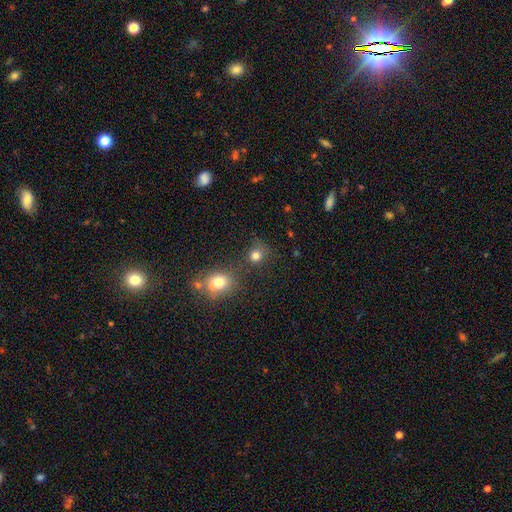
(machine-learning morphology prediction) smooth-or-featured: smooth: 78% | star or artifact: 15% | featured or disk: 7%
  how-rounded: round: 84% | in between: 15% | cigar-shaped: 1%
  merging: none: 68% | merger: 14% | minor disturbance: 12% | major disturbance: 6%